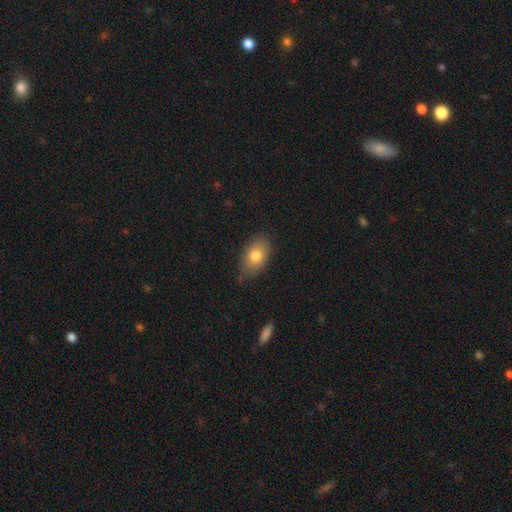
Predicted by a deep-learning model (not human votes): Q: Smooth or featured?
A: smooth (78%); runner-up: featured or disk (14%)
Q: How rounded?
A: in between (88%); runner-up: round (10%)
Q: Merging?
A: none (77%); runner-up: minor disturbance (18%)